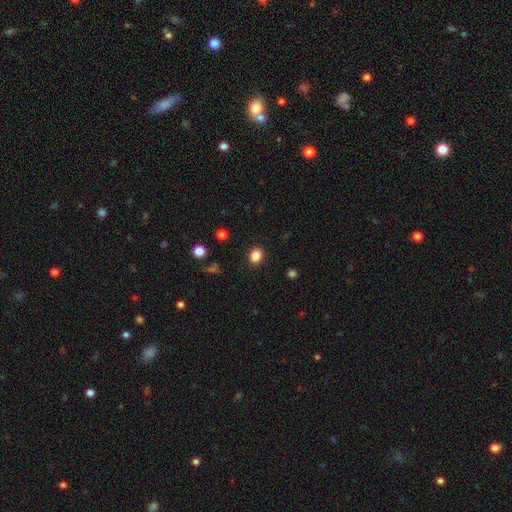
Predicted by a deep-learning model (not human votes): This is clearly a smooth galaxy (85%). How rounded: possibly round (59%). Merging: clearly none (90%).